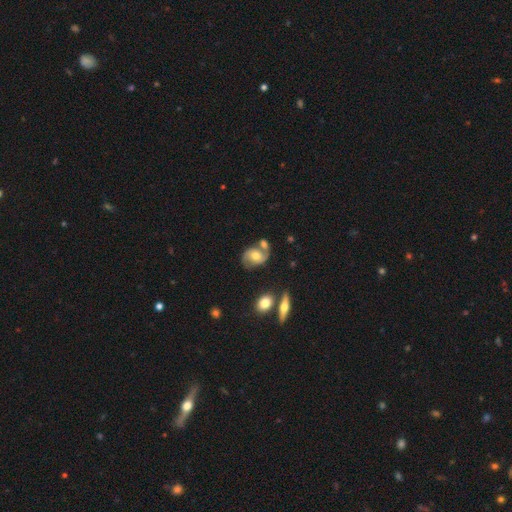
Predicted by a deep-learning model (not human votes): A featured or disk galaxy (72%) with no bar (63%), 2 (89%) medium (49%) spiral arms (90%) and a moderate central bulge (72%).

Vote fractions:
- Smooth or featured? featured or disk: 72% / smooth: 21% / star or artifact: 7%
- Edge-on disk? no: 96% / yes: 4%
- Bar? no: 63% / weak: 29% / strong: 8%
- Spiral arms? yes: 90% / no: 10%
- Spiral winding? medium: 49% / loose: 26% / tight: 25%
- Spiral arm count? 2: 89% / can't tell: 5% / 1: 2% / 3: 1% / 4: 1% / more than 4: 1%
- Bulge size? moderate: 72% / small: 18% / large: 7% / none: 2% / dominant: 1%
- Merging? none: 61% / merger: 17% / minor disturbance: 16% / major disturbance: 6%